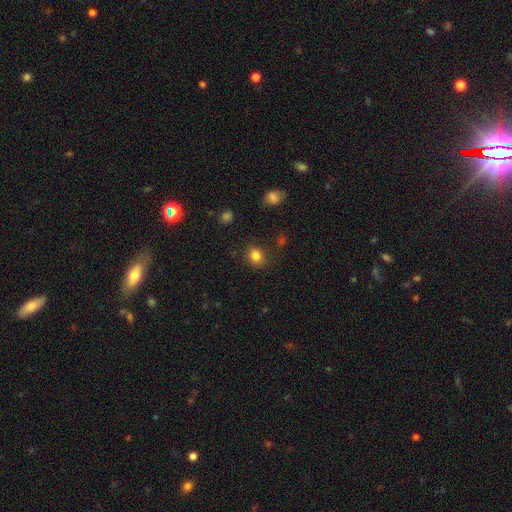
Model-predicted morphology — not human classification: Smooth or featured? smooth (83%)
How rounded? round (68%)
Merging? none (83%)